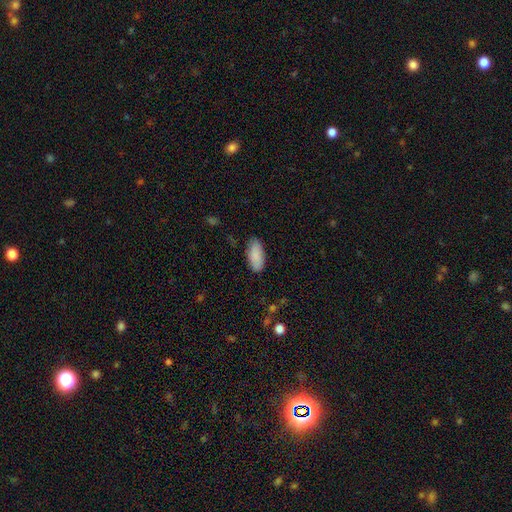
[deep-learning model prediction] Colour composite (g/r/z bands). It shows a smooth galaxy with no disk features (88%) that is in between round and cigar-shaped (90%). Merging: none (85%).